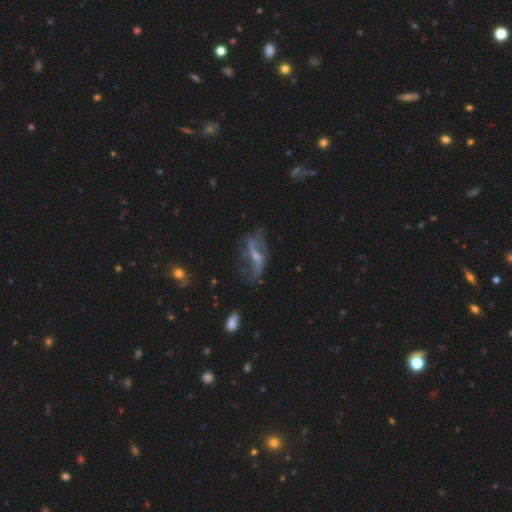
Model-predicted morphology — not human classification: Smooth or featured? featured or disk (70%)
Edge-on disk? no (82%)
Bar? weak (37%)
Spiral arms? yes (67%)
Bulge size? small (53%)
Merging? none (52%)